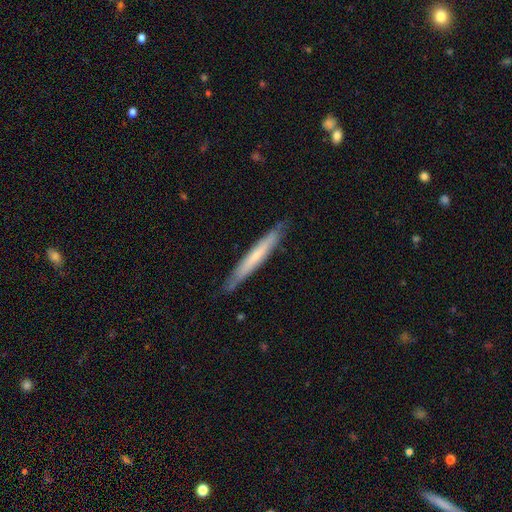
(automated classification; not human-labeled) Smooth or featured? smooth (54%)
How rounded? cigar-shaped (96%)
Merging? none (87%)